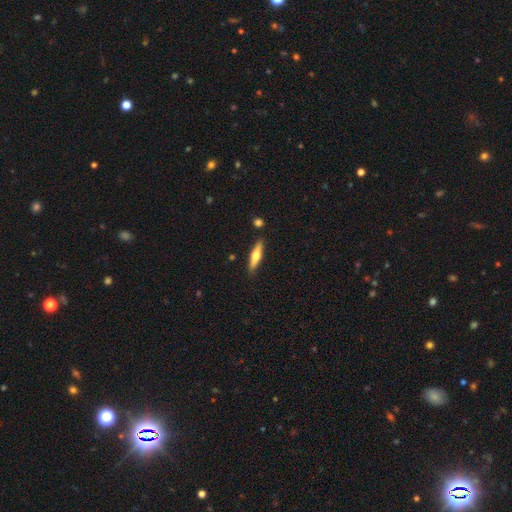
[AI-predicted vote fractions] Smooth or featured?
  - featured or disk: 51% *
  - smooth: 43%
  - star or artifact: 5%
Edge-on disk?
  - yes: 93% *
  - no: 7%
Merging?
  - none: 87% *
  - minor disturbance: 9%
  - merger: 3%
  - major disturbance: 2%